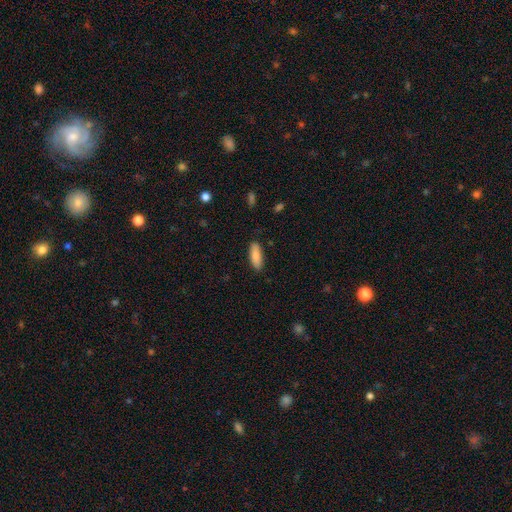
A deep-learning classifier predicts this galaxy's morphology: Q: Smooth or featured?
A: smooth (86%); runner-up: featured or disk (8%)
Q: How rounded?
A: in between (65%); runner-up: cigar-shaped (33%)
Q: Merging?
A: none (87%); runner-up: minor disturbance (10%)